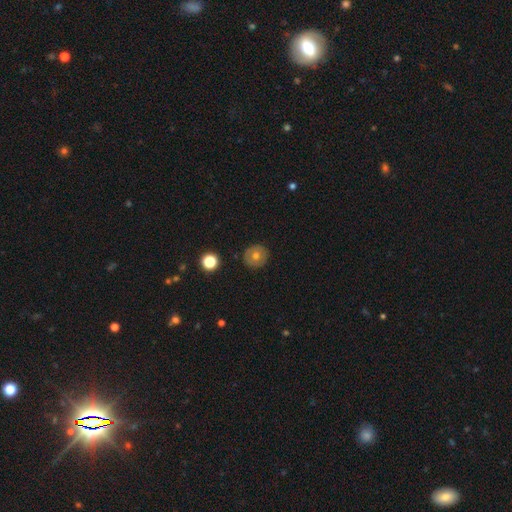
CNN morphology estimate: smooth_or_featured: smooth (p=0.62) [alt: featured or disk p=0.28]
how_rounded: round (p=0.89) [alt: in between p=0.10]
merging: none (p=0.89) [alt: minor disturbance p=0.08]